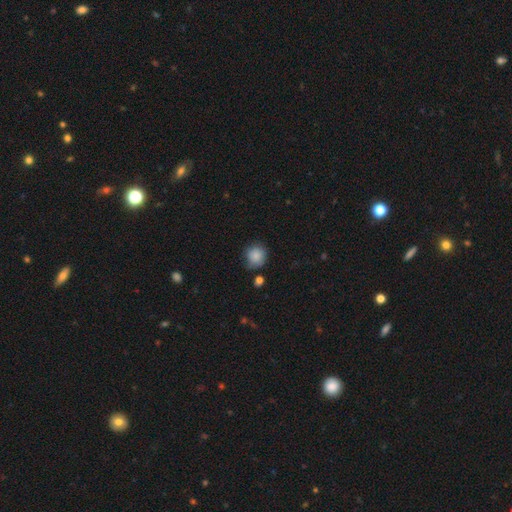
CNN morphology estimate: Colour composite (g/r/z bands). It shows a smooth galaxy with no disk features (85%) that is round (88%). Merging: none (71%).